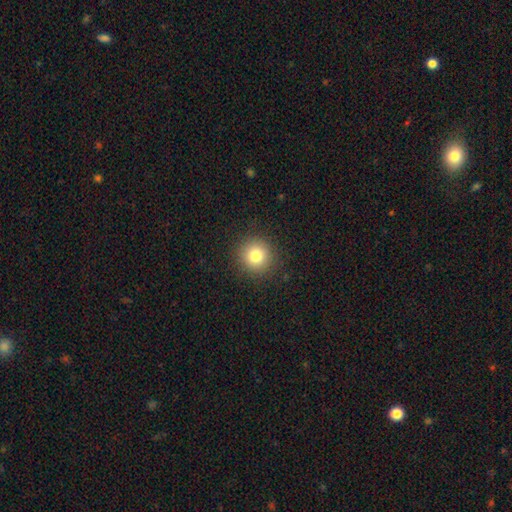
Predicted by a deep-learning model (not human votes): This is clearly a smooth galaxy (80%). How rounded: clearly round (93%). Merging: clearly none (90%).